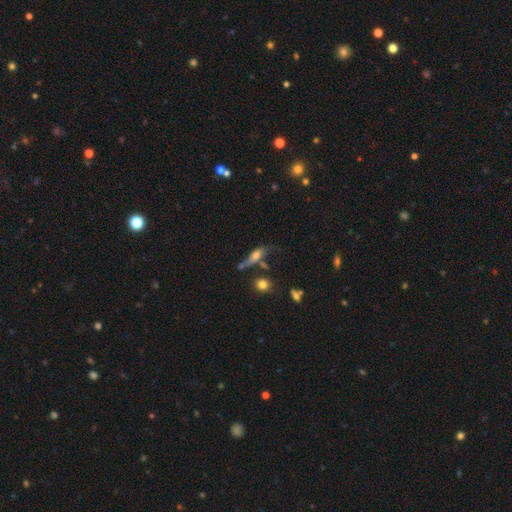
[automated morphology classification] Smooth or featured?
  - smooth: 46% *
  - featured or disk: 44%
  - star or artifact: 10%
Merging?
  - none: 39% *
  - minor disturbance: 26%
  - major disturbance: 19%
  - merger: 15%